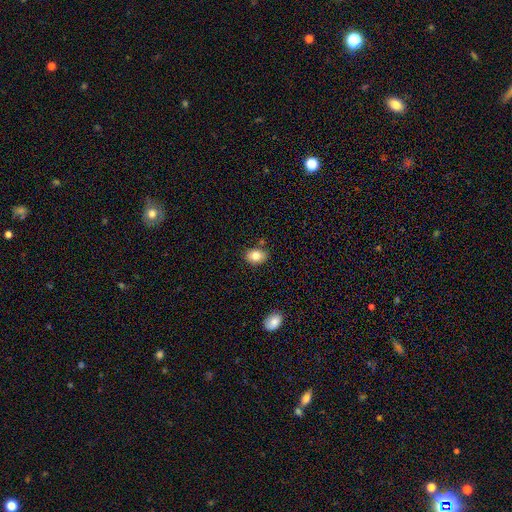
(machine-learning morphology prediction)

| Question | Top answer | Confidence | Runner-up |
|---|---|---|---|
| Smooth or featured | smooth | 82% | featured or disk (10%) |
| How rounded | in between | 69% | round (30%) |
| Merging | none | 81% | minor disturbance (12%) |